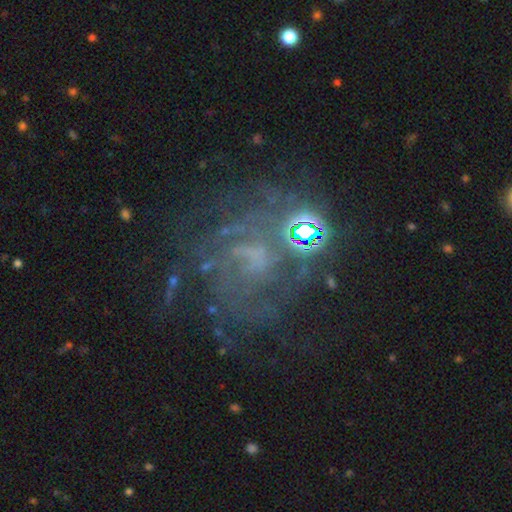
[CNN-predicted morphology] Q: Smooth or featured?
A: featured or disk (59%); runner-up: star or artifact (27%)
Q: Edge-on disk?
A: no (97%); runner-up: yes (3%)
Q: Bar?
A: no (61%); runner-up: weak (29%)
Q: Spiral arms?
A: yes (68%); runner-up: no (32%)
Q: Bulge size?
A: none (50%); runner-up: small (25%)
Q: Merging?
A: none (52%); runner-up: major disturbance (25%)